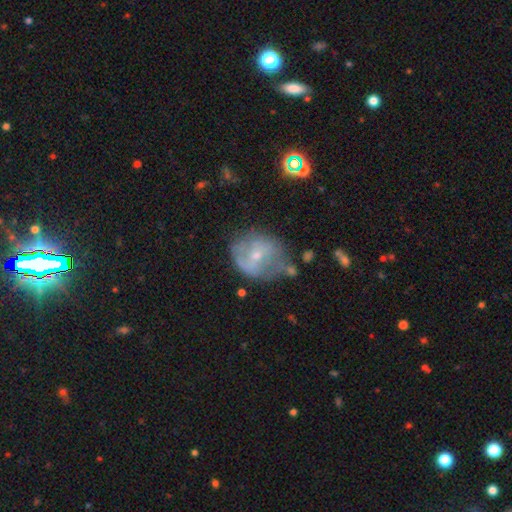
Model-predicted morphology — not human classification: This is possibly a featured or disk galaxy (59%). It is clearly not viewed edge-on (96%). Bar: possibly no (51%). Spiral arm pattern: likely yes (62%). Central bulge: likely small (64%). Merging: marginally none (45%).